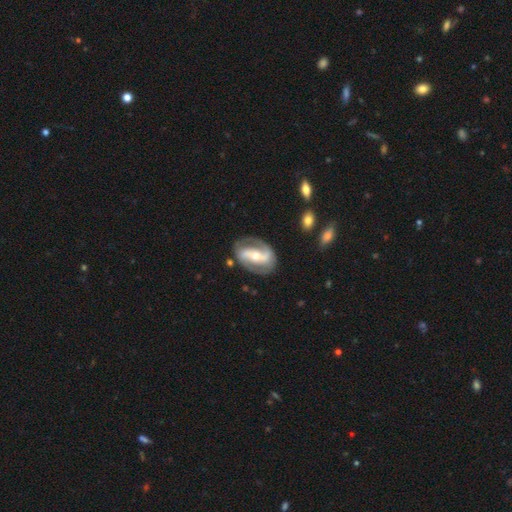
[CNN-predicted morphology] type=featured or disk (84%); edge-on=no (96%); bar=strong (56%); spiral arms=yes (89%); winding=medium (44%); arm count=2 (88%); bulge=moderate (57%); merging=none (78%).